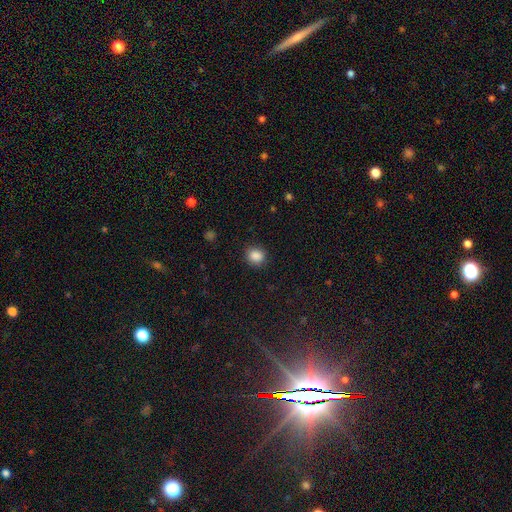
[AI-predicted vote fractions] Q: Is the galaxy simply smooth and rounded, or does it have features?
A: smooth — 87%.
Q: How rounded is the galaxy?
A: round — 75%.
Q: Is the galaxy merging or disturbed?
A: none — 86%.